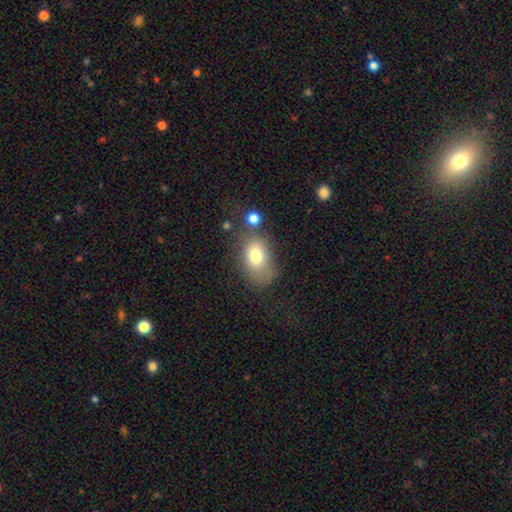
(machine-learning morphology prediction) Smooth or featured? Predicted: smooth (p=0.75). How rounded? Predicted: in between (p=0.82). Merging? Predicted: none (p=0.47).